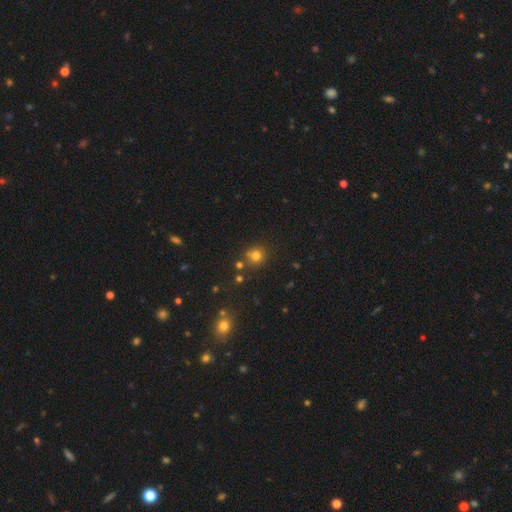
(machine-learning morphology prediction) Smooth or featured? smooth (75%)
How rounded? round (88%)
Merging? none (74%)